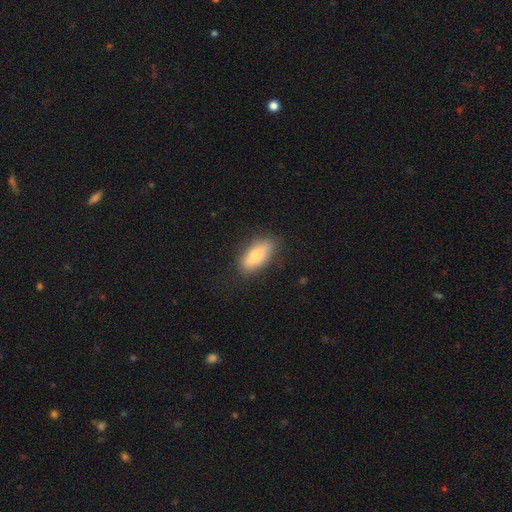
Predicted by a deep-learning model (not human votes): A smooth galaxy with no disk features (78%) that is in between round and cigar-shaped (77%).

Vote fractions:
- Smooth or featured? smooth: 78% / featured or disk: 16% / star or artifact: 6%
- How rounded? in between: 77% / cigar-shaped: 20% / round: 3%
- Merging? none: 81% / minor disturbance: 14% / major disturbance: 3% / merger: 1%